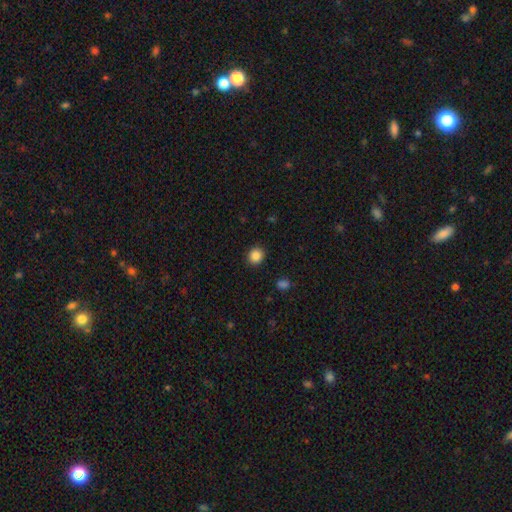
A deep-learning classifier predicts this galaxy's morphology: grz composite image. It shows a smooth galaxy with no disk features (86%) that is round (87%). Merging: none (91%).